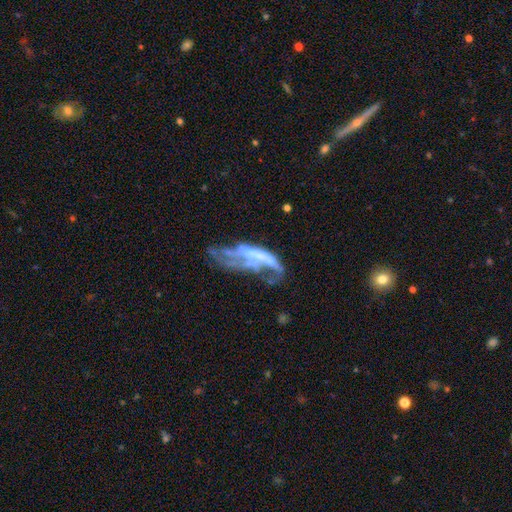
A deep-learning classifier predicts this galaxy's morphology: Smooth or featured: featured or disk — 69% (smooth — 19%)
Edge-on disk: no — 88% (yes — 12%)
Bar: no — 69% (weak — 18%)
Spiral arms: no — 64% (yes — 36%)
Bulge size: none — 50% (small — 26%)
Merging: major disturbance — 40% (merger — 23%)